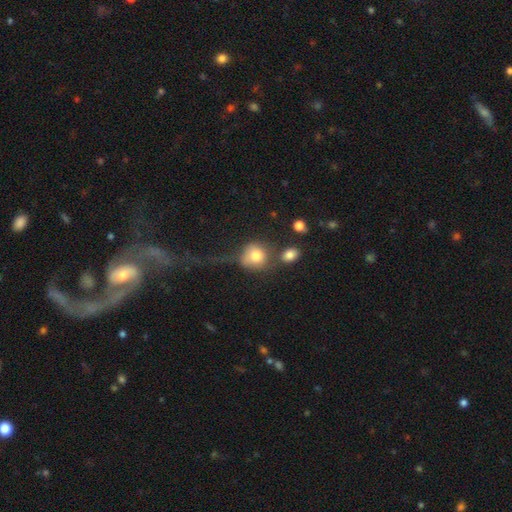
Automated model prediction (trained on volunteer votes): A smooth galaxy with no disk features (77%) that is round (78%). Merging: none (35%).